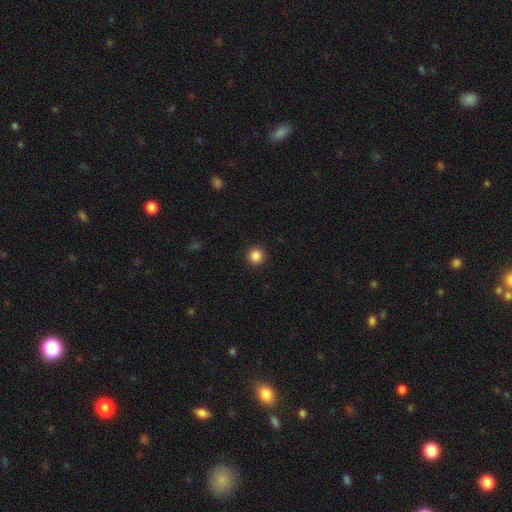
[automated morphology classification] This appears to be a smooth galaxy with no disk features (86%) that is round (95%). Merging: none (93%).